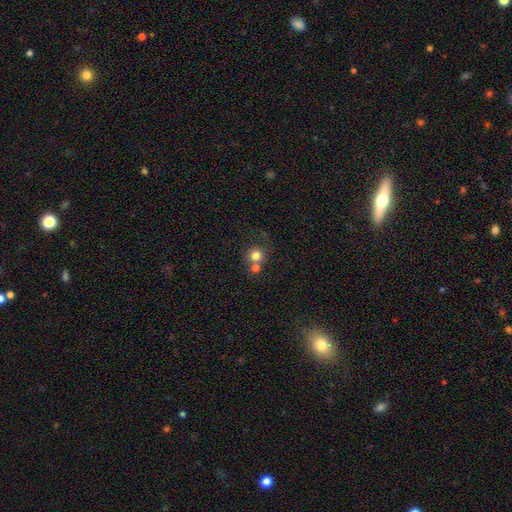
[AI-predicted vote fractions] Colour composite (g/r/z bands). It shows a smooth galaxy with no disk features (77%) that is round (90%). Merging: none (54%).